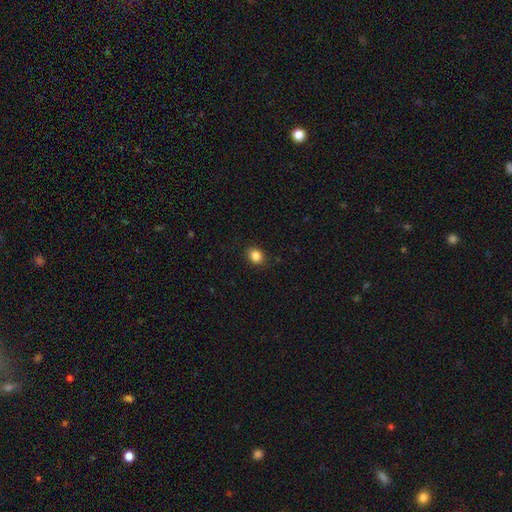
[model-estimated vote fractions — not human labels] This is clearly a smooth galaxy (85%). How rounded: possibly round (54%). Merging: clearly none (88%).